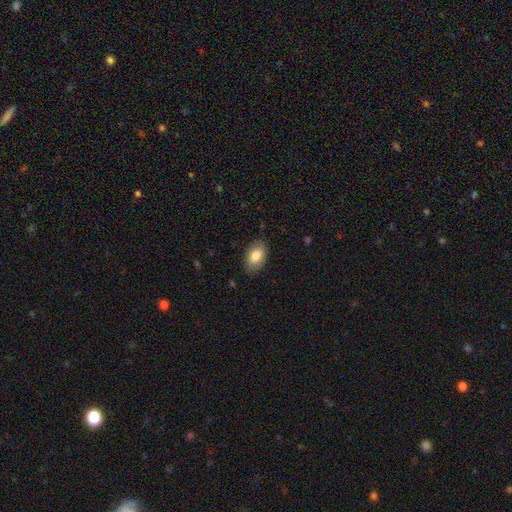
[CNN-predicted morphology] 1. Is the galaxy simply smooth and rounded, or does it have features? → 80% smooth, 13% featured or disk, 6% star or artifact.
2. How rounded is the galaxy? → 92% in between, 6% round, 1% cigar-shaped.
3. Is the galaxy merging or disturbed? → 84% none, 12% minor disturbance, 3% major disturbance, 1% merger.